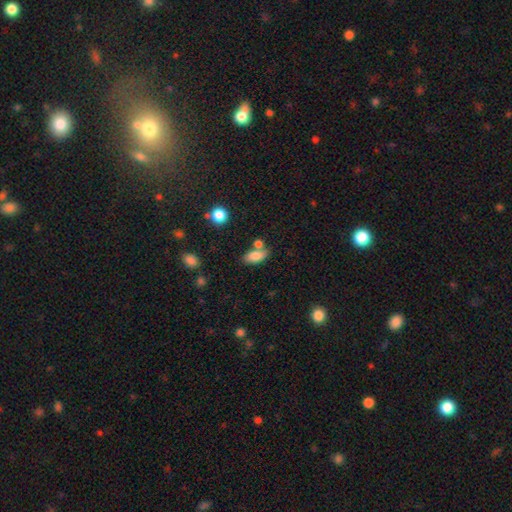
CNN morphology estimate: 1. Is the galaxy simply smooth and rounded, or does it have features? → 82% smooth, 10% featured or disk, 9% star or artifact.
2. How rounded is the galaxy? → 87% in between, 9% cigar-shaped, 4% round.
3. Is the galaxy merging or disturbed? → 57% none, 22% merger, 15% minor disturbance, 5% major disturbance.